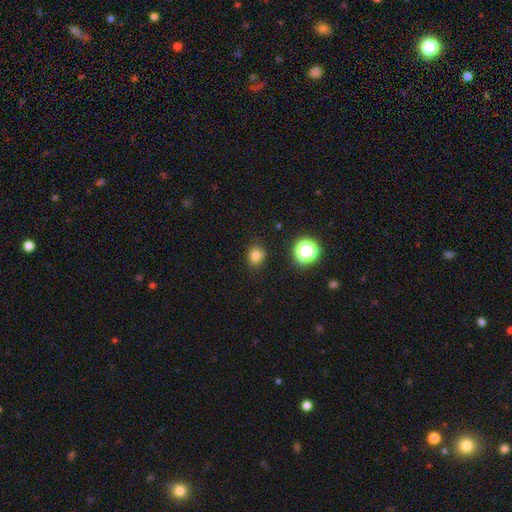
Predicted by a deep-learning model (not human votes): Morphology: type=smooth (78%); roundness=round (70%); merging=none (84%).